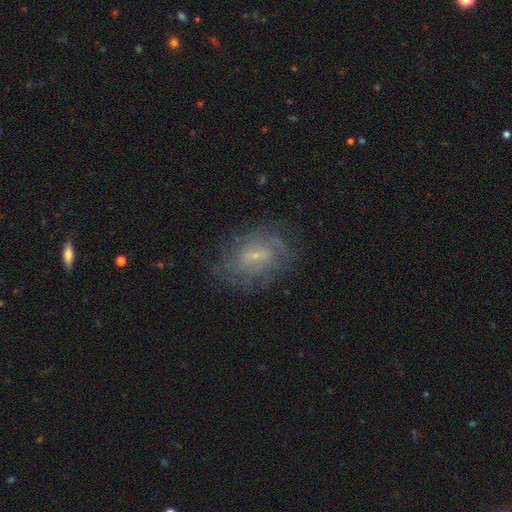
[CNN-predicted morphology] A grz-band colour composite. It shows a featured or disk galaxy (73%) with a weak bar (51%), tight (50%) spiral arms (89%) and a small central bulge (72%). Merging: none (75%).